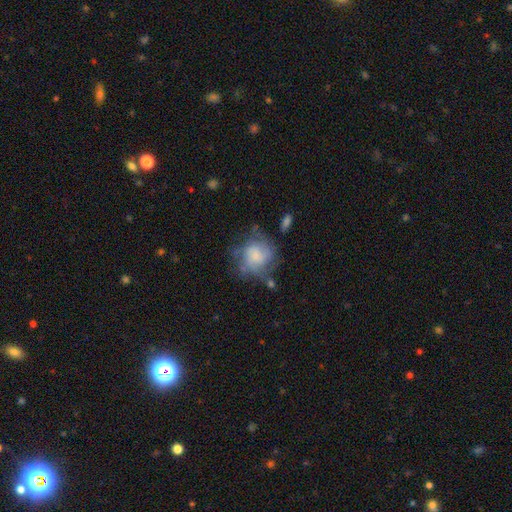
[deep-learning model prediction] Q: Smooth or featured?
A: featured or disk (49%); runner-up: smooth (42%)
Q: Merging?
A: none (51%); runner-up: minor disturbance (25%)